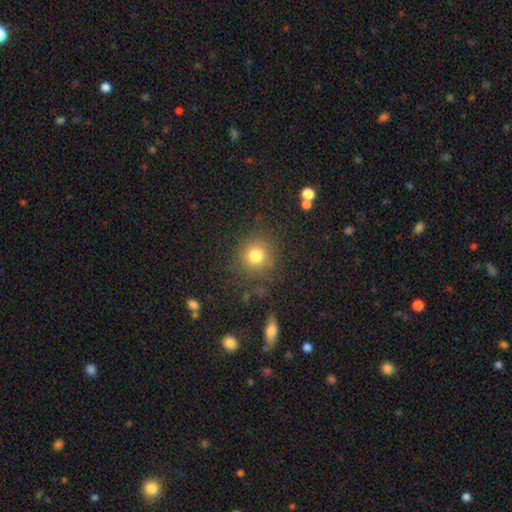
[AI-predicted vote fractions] Morphology: type=smooth (78%); roundness=round (92%); merging=none (83%).